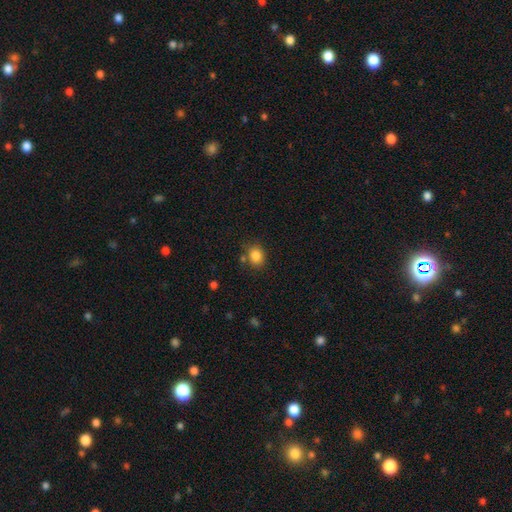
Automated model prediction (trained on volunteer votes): The model was most divided on "how rounded": round: 59%, in between: 40%, cigar-shaped: 1%. More confident: smooth or featured — smooth (85%); merging — none (76%).